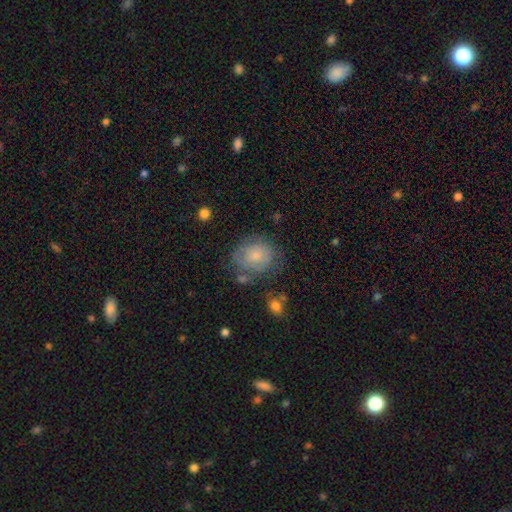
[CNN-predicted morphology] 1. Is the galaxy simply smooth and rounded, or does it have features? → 63% smooth, 28% featured or disk, 8% star or artifact.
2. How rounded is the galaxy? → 66% round, 34% in between, 1% cigar-shaped.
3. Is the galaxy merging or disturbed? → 60% none, 23% minor disturbance, 11% major disturbance, 5% merger.